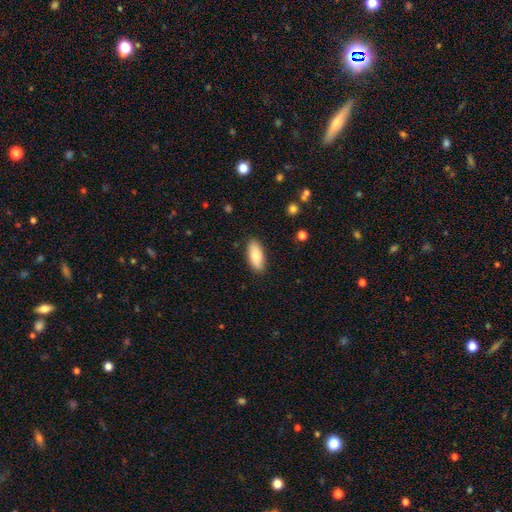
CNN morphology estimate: This is clearly a smooth galaxy (83%). How rounded: clearly in between (84%). Merging: clearly none (87%).